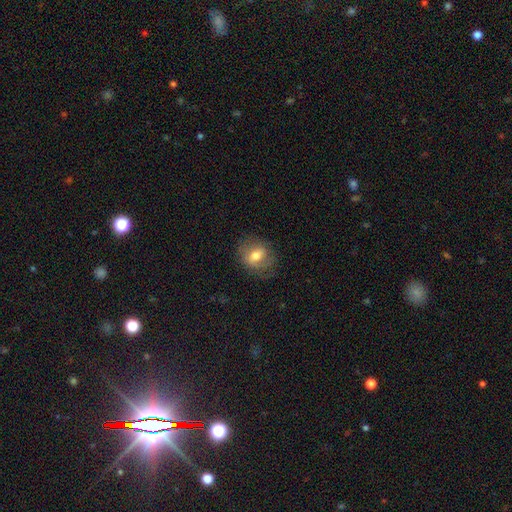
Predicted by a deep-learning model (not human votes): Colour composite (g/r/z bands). It shows a smooth galaxy with no disk features (61%) that is round (55%). Merging: none (68%).